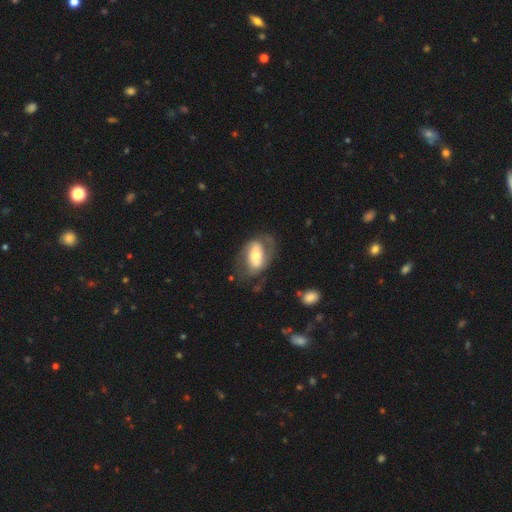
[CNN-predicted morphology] A featured or disk galaxy (55%).

Vote fractions:
- Smooth or featured? featured or disk: 55% / smooth: 39% / star or artifact: 6%
- Edge-on disk? no: 91% / yes: 9%
- Merging? none: 58% / minor disturbance: 22% / major disturbance: 18% / merger: 2%